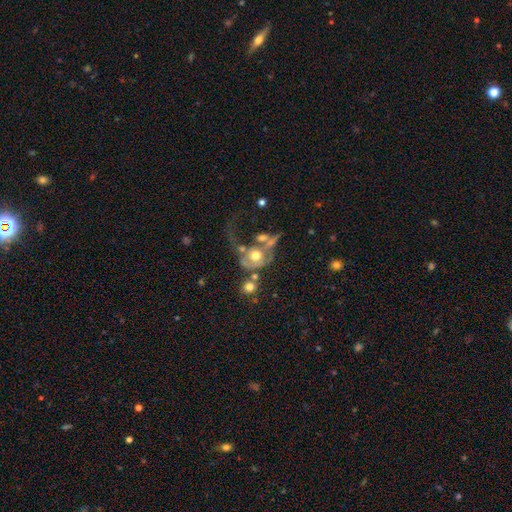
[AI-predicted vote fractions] Smooth or featured: featured or disk — 54% (smooth — 36%)
Edge-on disk: no — 94% (yes — 6%)
Bar: no — 84% (weak — 13%)
Spiral arms: no — 62% (yes — 38%)
Bulge size: moderate — 63% (large — 20%)
Merging: merger — 36% (major disturbance — 35%)